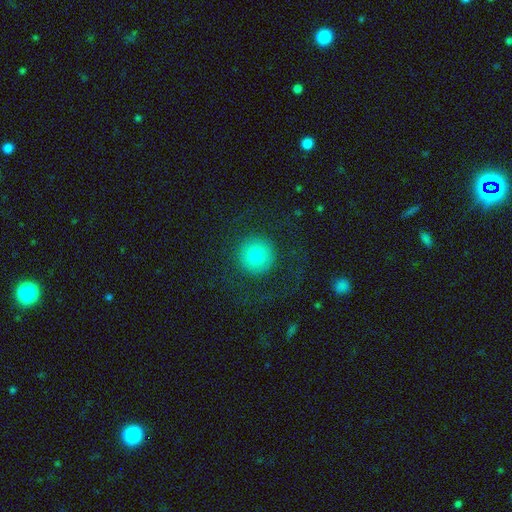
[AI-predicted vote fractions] Q: Smooth or featured?
A: smooth (74%); runner-up: featured or disk (15%)
Q: How rounded?
A: round (96%); runner-up: in between (3%)
Q: Merging?
A: none (83%); runner-up: major disturbance (8%)